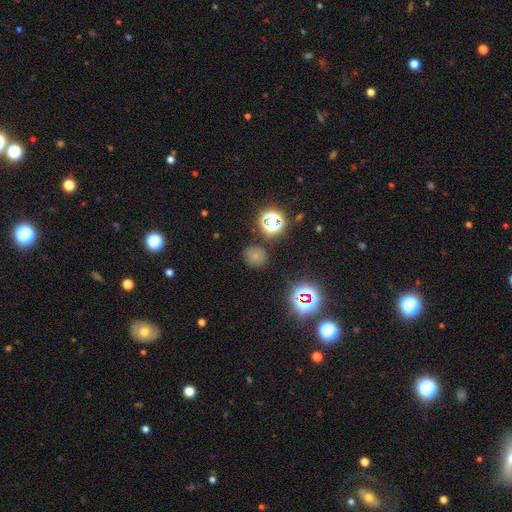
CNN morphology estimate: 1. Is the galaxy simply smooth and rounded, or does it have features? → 64% smooth, 28% star or artifact, 8% featured or disk.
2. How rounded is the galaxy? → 85% round, 14% in between, 1% cigar-shaped.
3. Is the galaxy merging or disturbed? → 82% none, 11% minor disturbance, 4% major disturbance, 3% merger.